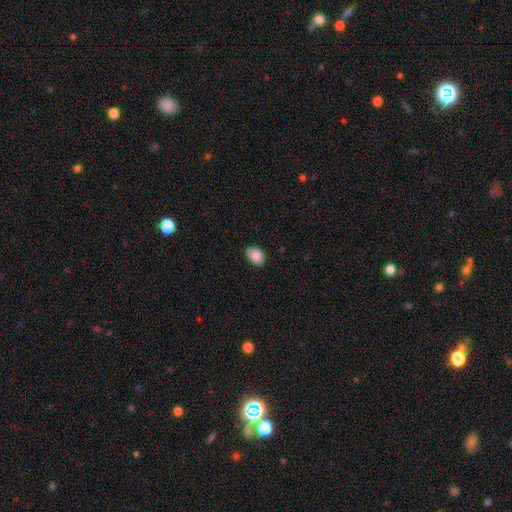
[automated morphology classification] Smooth or featured? smooth (88%)
How rounded? in between (84%)
Merging? none (78%)